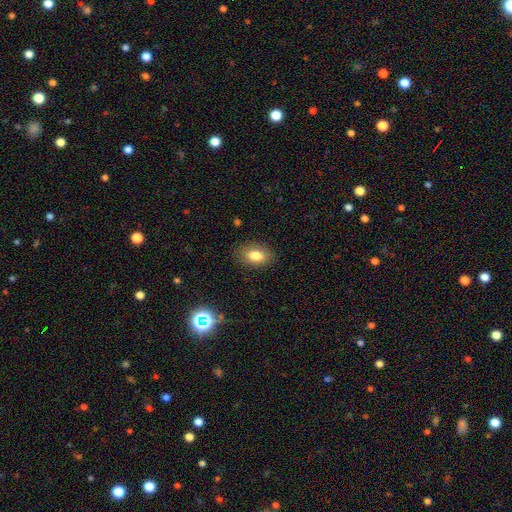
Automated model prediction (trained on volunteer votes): smooth 81%, featured or disk 10%, star or artifact 9%. Down the decision tree: how rounded — in between (87%); merging — none (85%).